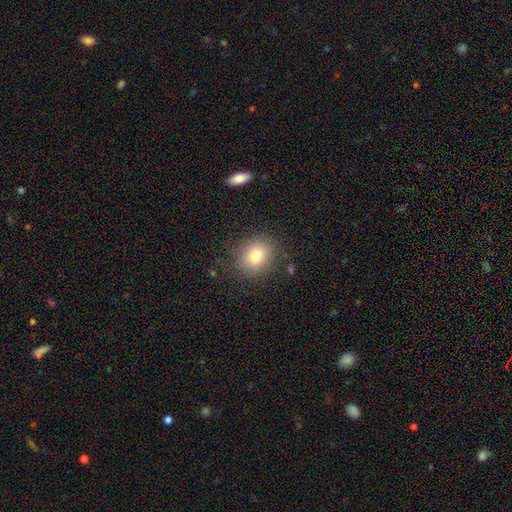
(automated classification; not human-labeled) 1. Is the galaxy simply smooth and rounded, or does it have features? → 78% smooth, 11% star or artifact, 10% featured or disk.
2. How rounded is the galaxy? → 76% round, 23% in between, 1% cigar-shaped.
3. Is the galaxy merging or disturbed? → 85% none, 10% minor disturbance, 4% major disturbance, 2% merger.